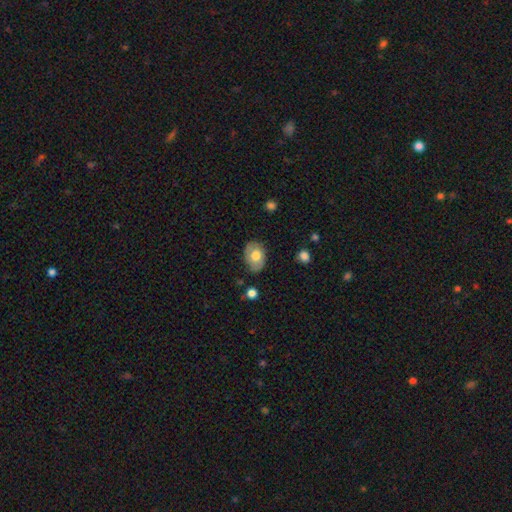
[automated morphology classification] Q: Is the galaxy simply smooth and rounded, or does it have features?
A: smooth — 66%.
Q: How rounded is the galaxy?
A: in between — 78%.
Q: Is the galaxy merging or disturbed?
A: none — 77%.